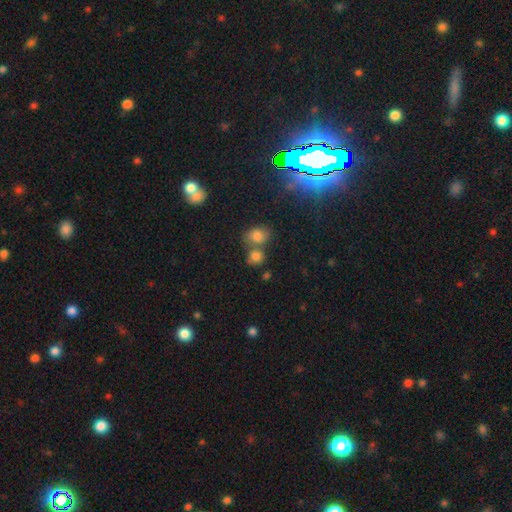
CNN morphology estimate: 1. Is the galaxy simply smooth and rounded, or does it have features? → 78% smooth, 13% star or artifact, 9% featured or disk.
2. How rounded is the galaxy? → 73% round, 25% in between, 1% cigar-shaped.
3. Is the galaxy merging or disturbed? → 45% none, 40% merger, 10% minor disturbance, 4% major disturbance.